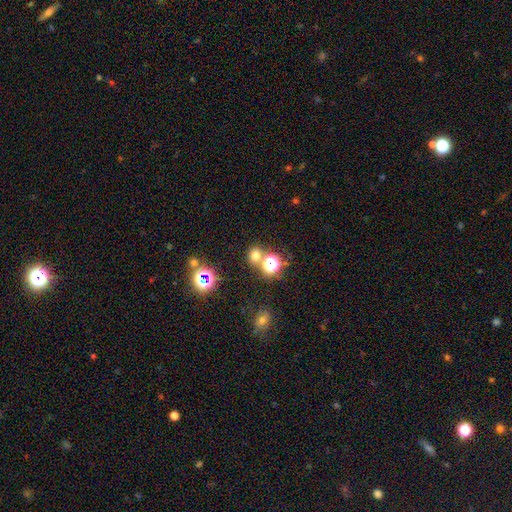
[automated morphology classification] Smooth or featured?
  - smooth: 62% *
  - star or artifact: 31%
  - featured or disk: 6%
How rounded?
  - round: 82% *
  - in between: 16%
  - cigar-shaped: 1%
Merging?
  - none: 73% *
  - merger: 17%
  - minor disturbance: 7%
  - major disturbance: 3%